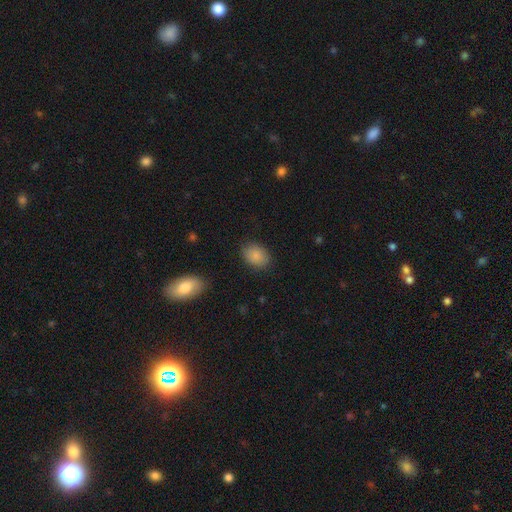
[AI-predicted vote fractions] smooth-or-featured: smooth: 86% | star or artifact: 8% | featured or disk: 6%
  how-rounded: in between: 74% | round: 25% | cigar-shaped: 1%
  merging: none: 83% | minor disturbance: 12% | major disturbance: 3% | merger: 1%